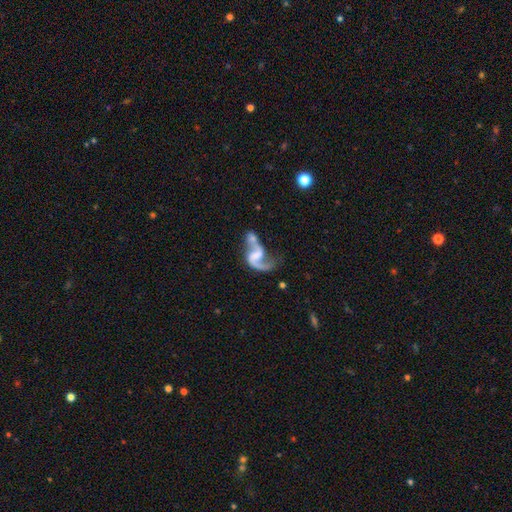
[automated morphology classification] Smooth or featured?
  - featured or disk: 83% *
  - smooth: 10%
  - star or artifact: 7%
Edge-on disk?
  - no: 98% *
  - yes: 2%
Bar?
  - weak: 44% *
  - no: 36%
  - strong: 20%
Spiral arms?
  - yes: 91% *
  - no: 9%
Spiral winding?
  - loose: 73% *
  - medium: 23%
  - tight: 4%
Spiral arm count?
  - 2: 77% *
  - 1: 18%
  - can't tell: 2%
  - 3: 1%
  - 4: 1%
  - more than 4: 1%
Bulge size?
  - none: 47% *
  - small: 28%
  - moderate: 19%
  - large: 6%
  - dominant: 2%
Merging?
  - merger: 33% *
  - none: 32%
  - major disturbance: 22%
  - minor disturbance: 14%